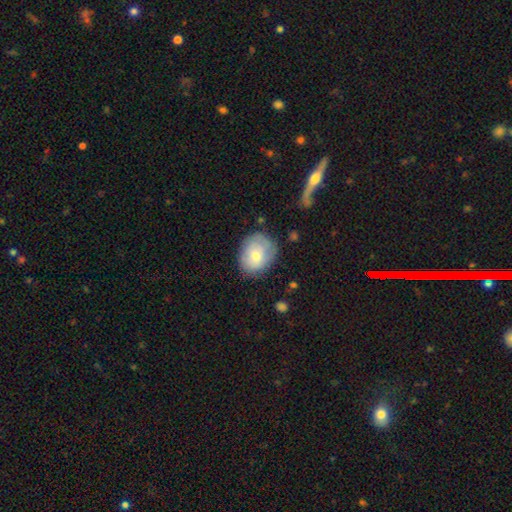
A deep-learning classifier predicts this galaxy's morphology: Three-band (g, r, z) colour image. It shows a smooth galaxy with no disk features (66%) that is round (54%). Merging: none (69%).